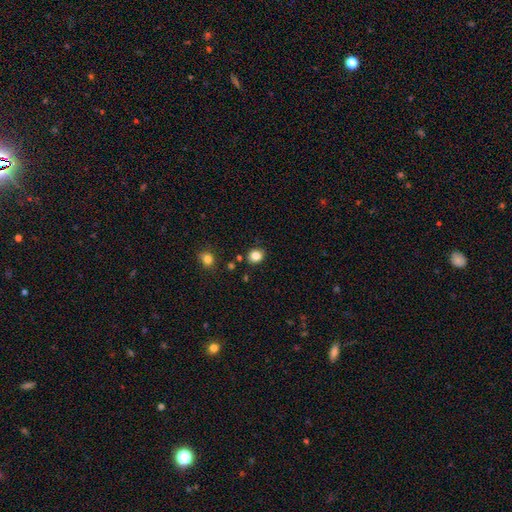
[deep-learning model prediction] Morphology: type=smooth (84%); roundness=round (66%); merging=none (85%).